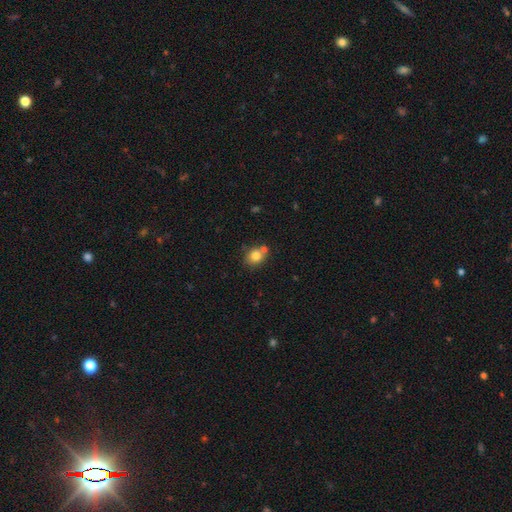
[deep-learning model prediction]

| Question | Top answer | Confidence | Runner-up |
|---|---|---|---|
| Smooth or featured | smooth | 80% | star or artifact (11%) |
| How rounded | round | 70% | in between (29%) |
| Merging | none | 60% | merger (25%) |